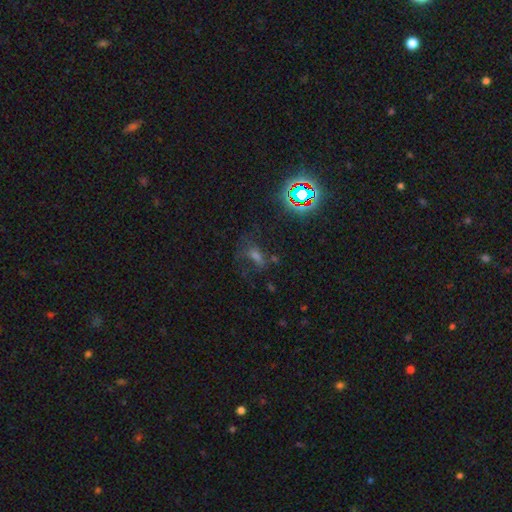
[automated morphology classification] Smooth or featured?
  - star or artifact: 44% *
  - smooth: 28%
  - featured or disk: 28%